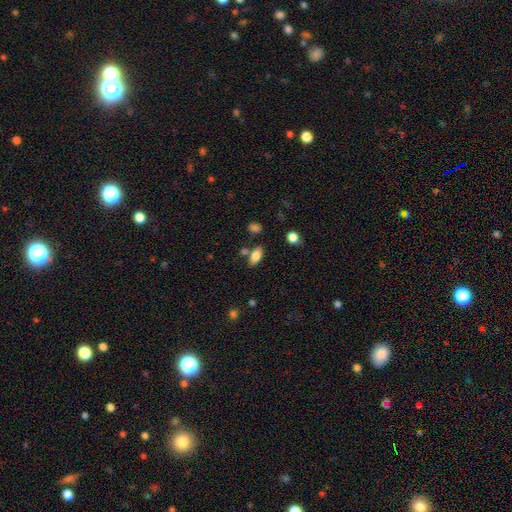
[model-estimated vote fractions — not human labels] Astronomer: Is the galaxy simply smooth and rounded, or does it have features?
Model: smooth — 80%.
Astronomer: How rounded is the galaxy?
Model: in between — 87%.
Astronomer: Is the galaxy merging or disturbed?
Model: none — 71%.